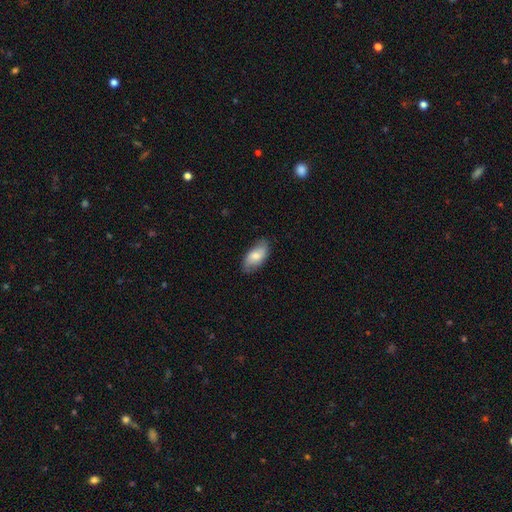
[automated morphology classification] type=smooth (70%); roundness=in between (92%); merging=none (79%).